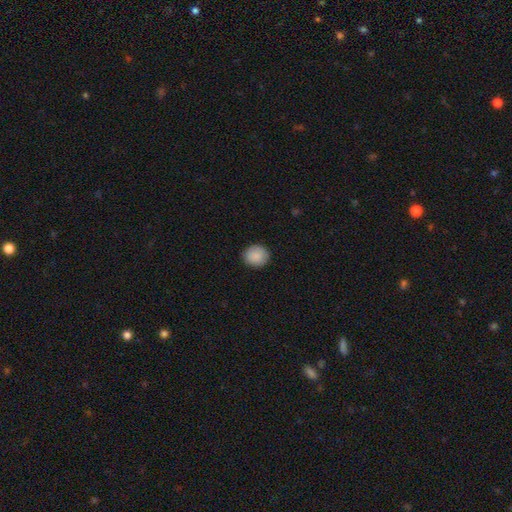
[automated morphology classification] This is clearly a smooth galaxy (89%). How rounded: clearly round (82%). Merging: clearly none (90%).